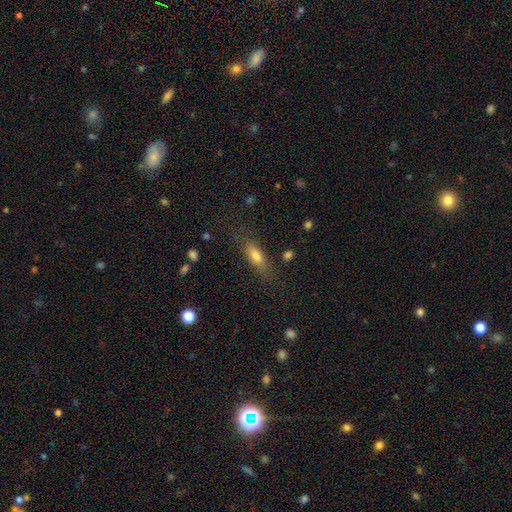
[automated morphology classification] smooth 73%, featured or disk 17%, star or artifact 10%. Down the decision tree: how rounded — in between (57%); merging — none (73%).